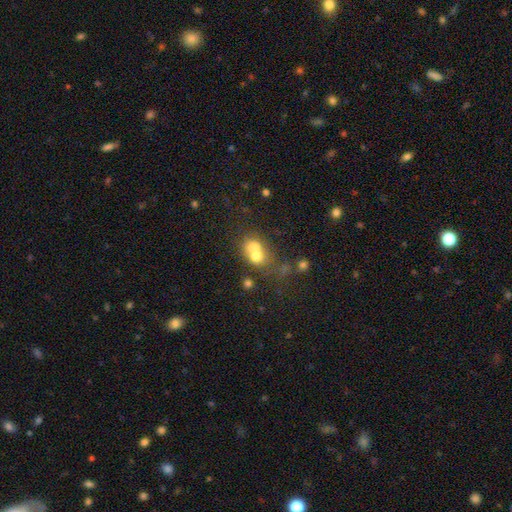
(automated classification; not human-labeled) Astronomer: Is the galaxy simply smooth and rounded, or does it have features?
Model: smooth — 64%.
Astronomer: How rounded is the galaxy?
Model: round — 55% (runner-up: in between, 44%).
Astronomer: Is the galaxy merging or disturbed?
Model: merger — 62%.